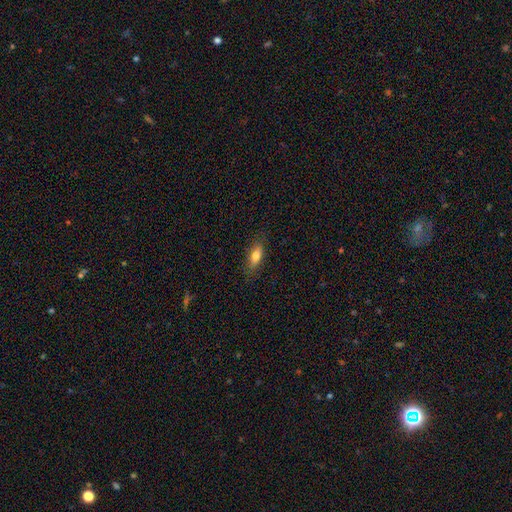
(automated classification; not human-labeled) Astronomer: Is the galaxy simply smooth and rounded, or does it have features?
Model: smooth — 76%.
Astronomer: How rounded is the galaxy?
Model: in between — 69%.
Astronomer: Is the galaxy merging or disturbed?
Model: none — 83%.